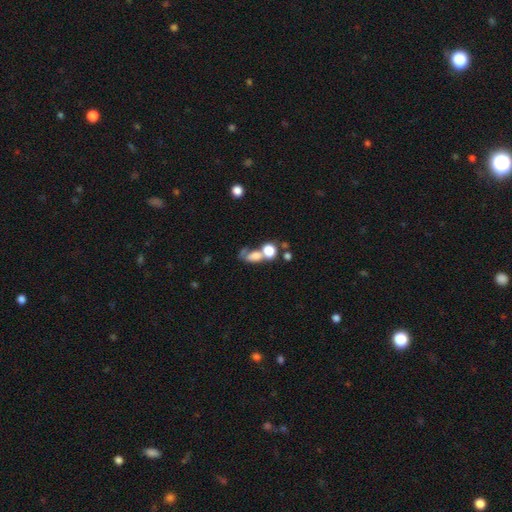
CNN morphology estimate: The model was most divided on "merging": merger: 54%, none: 24%, major disturbance: 13%, minor disturbance: 10%. More confident: smooth or featured — smooth (69%); how rounded — in between (67%).